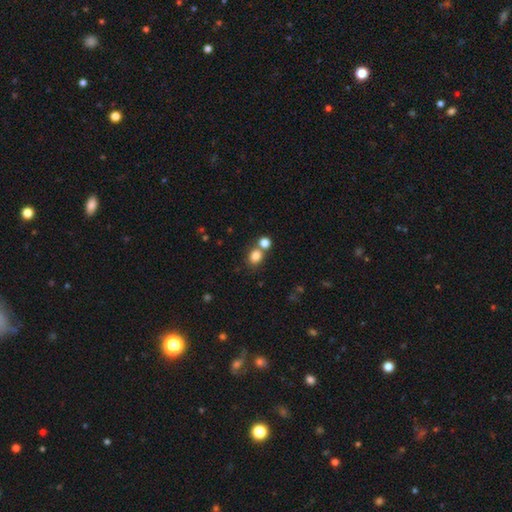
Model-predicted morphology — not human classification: Q: Smooth or featured?
A: smooth (81%); runner-up: star or artifact (13%)
Q: How rounded?
A: round (63%); runner-up: in between (36%)
Q: Merging?
A: none (57%); runner-up: merger (30%)